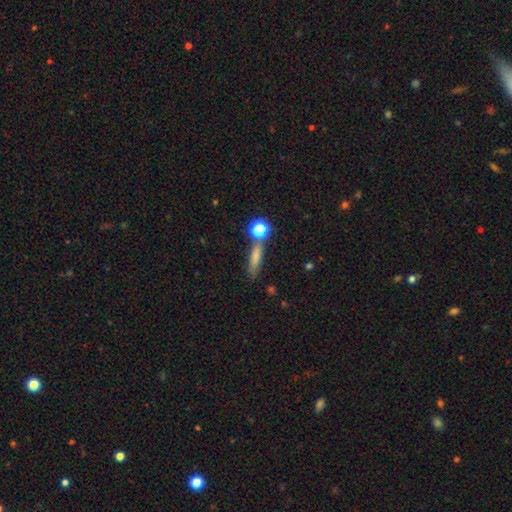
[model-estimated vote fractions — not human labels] This is likely a smooth galaxy (71%). How rounded: likely cigar-shaped (67%). Merging: likely none (66%).